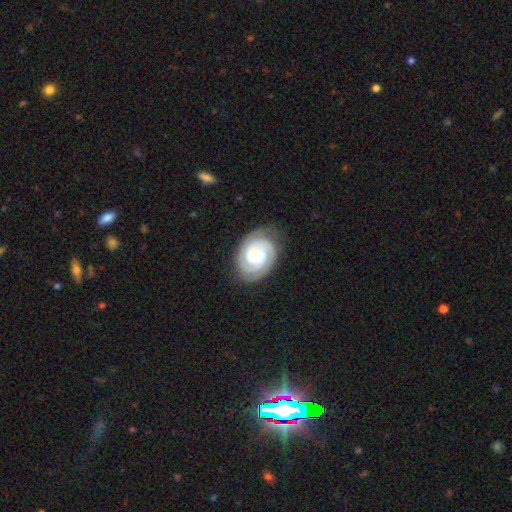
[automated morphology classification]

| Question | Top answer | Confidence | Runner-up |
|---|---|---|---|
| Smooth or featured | featured or disk | 82% | smooth (13%) |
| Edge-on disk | no | 98% | yes (2%) |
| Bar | no | 56% | weak (36%) |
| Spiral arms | yes | 96% | no (4%) |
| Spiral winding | tight | 70% | medium (26%) |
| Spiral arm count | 2 | 55% | 3 (18%) |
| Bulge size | moderate | 58% | small (21%) |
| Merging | none | 77% | minor disturbance (16%) |